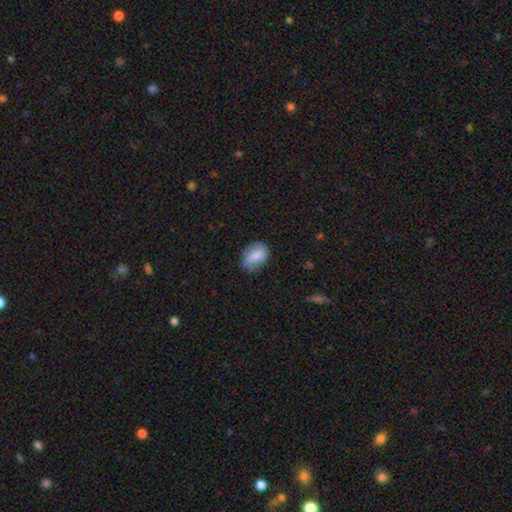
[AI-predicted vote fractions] Smooth or featured? Predicted: smooth (p=0.72). How rounded? Predicted: in between (p=0.73). Merging? Predicted: none (p=0.70).